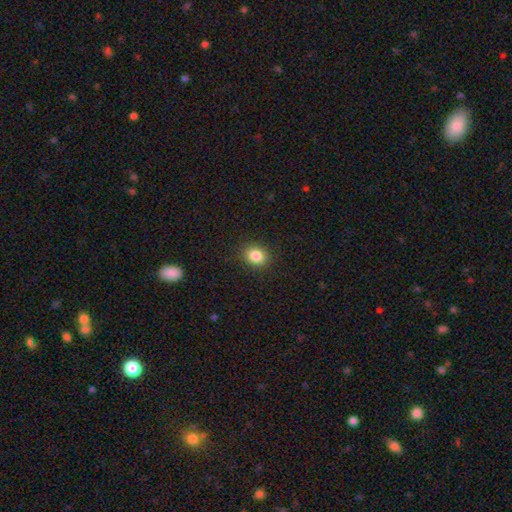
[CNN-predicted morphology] Smooth or featured? Predicted: smooth (p=0.85). How rounded? Predicted: round (p=0.55). Merging? Predicted: none (p=0.89).